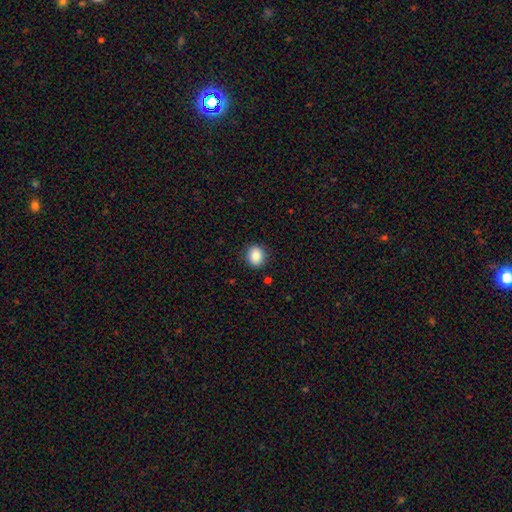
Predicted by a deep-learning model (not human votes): Smooth or featured?
  - smooth: 85% *
  - star or artifact: 9%
  - featured or disk: 6%
How rounded?
  - round: 75% *
  - in between: 24%
  - cigar-shaped: 1%
Merging?
  - none: 89% *
  - minor disturbance: 8%
  - major disturbance: 2%
  - merger: 1%